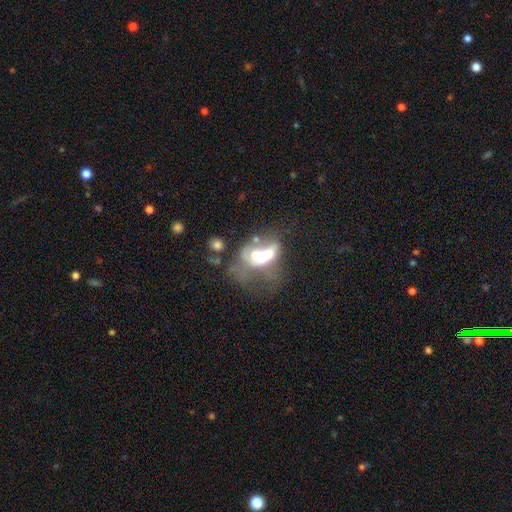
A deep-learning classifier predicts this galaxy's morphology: smooth_or_featured: featured or disk (p=0.50) [alt: smooth p=0.38]
disk_edge_on: no (p=0.95) [alt: yes p=0.05]
merging: merger (p=0.64) [alt: major disturbance p=0.19]